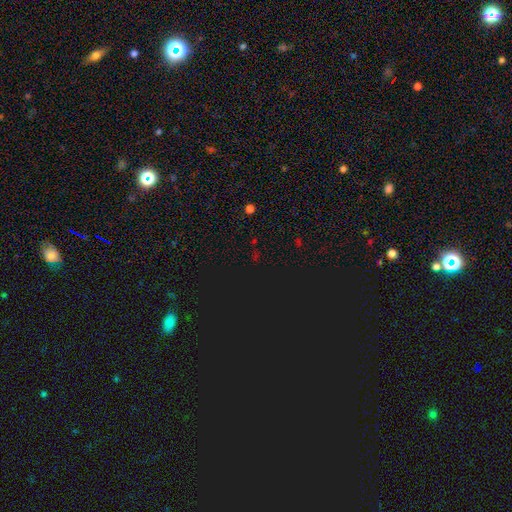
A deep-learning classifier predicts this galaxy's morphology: Smooth or featured?
  - star or artifact: 72% *
  - smooth: 22%
  - featured or disk: 7%